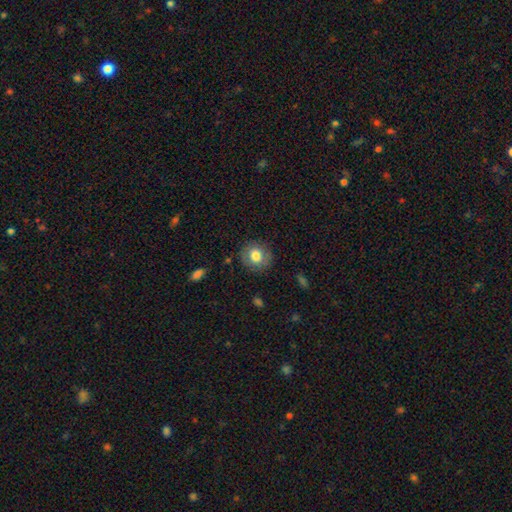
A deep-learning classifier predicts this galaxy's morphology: Q: Smooth or featured?
A: smooth (76%); runner-up: featured or disk (16%)
Q: How rounded?
A: round (83%); runner-up: in between (16%)
Q: Merging?
A: none (84%); runner-up: minor disturbance (11%)